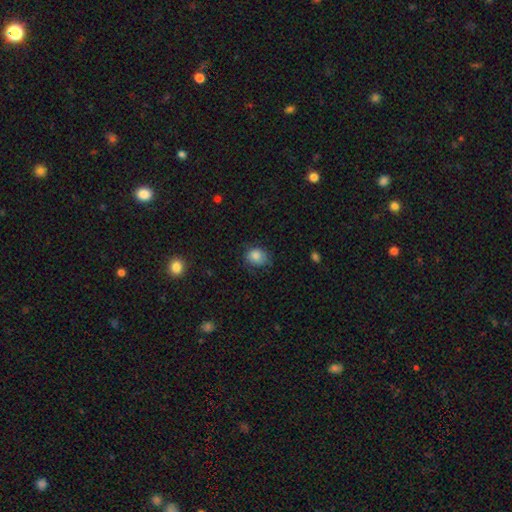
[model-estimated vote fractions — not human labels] Q: Smooth or featured?
A: smooth (85%); runner-up: star or artifact (9%)
Q: How rounded?
A: round (61%); runner-up: in between (38%)
Q: Merging?
A: none (66%); runner-up: minor disturbance (26%)